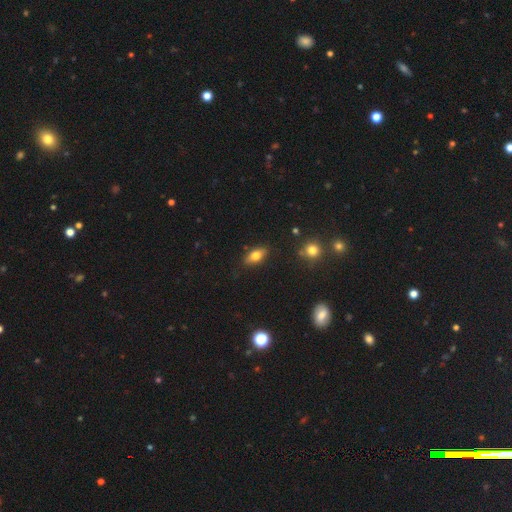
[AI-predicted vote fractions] Smooth or featured? smooth (70%)
How rounded? in between (82%)
Merging? none (85%)